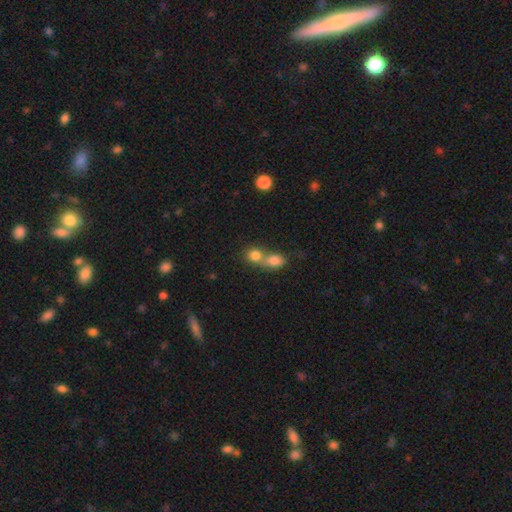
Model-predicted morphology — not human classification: smooth 81%, star or artifact 10%, featured or disk 9%. Down the decision tree: how rounded — round (67%); merging — merger (63%).